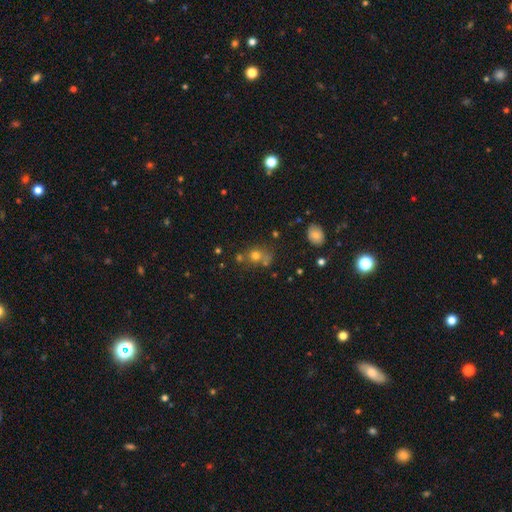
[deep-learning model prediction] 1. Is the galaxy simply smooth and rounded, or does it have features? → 64% smooth, 21% star or artifact, 15% featured or disk.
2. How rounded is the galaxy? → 72% round, 26% in between, 1% cigar-shaped.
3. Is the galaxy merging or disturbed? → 49% none, 27% merger, 15% minor disturbance, 9% major disturbance.